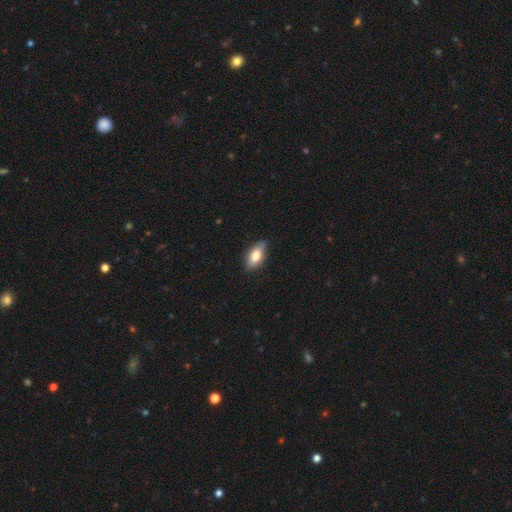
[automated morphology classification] smooth_or_featured: smooth (p=0.77) [alt: featured or disk p=0.16]
how_rounded: in between (p=0.88) [alt: cigar-shaped p=0.08]
merging: none (p=0.79) [alt: minor disturbance p=0.18]